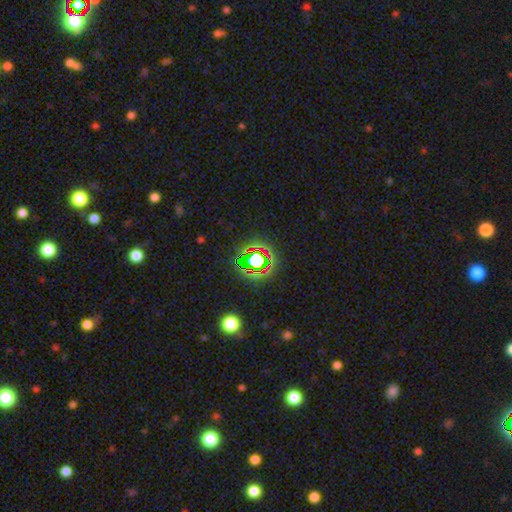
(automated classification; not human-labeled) smooth_or_featured: star or artifact (p=0.69) [alt: smooth p=0.19]